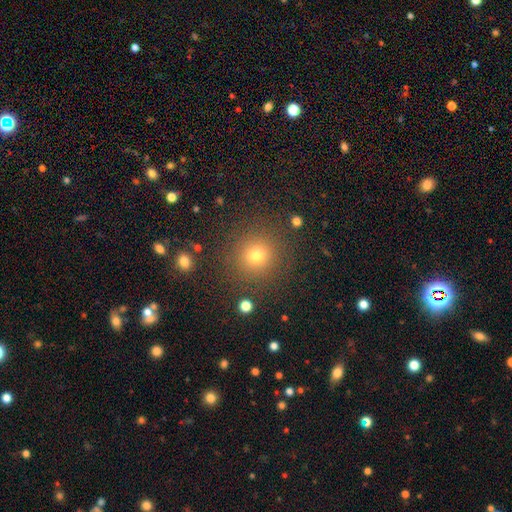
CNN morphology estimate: Smooth or featured: smooth — 74% (star or artifact — 18%)
How rounded: round — 93% (in between — 6%)
Merging: none — 89% (minor disturbance — 6%)